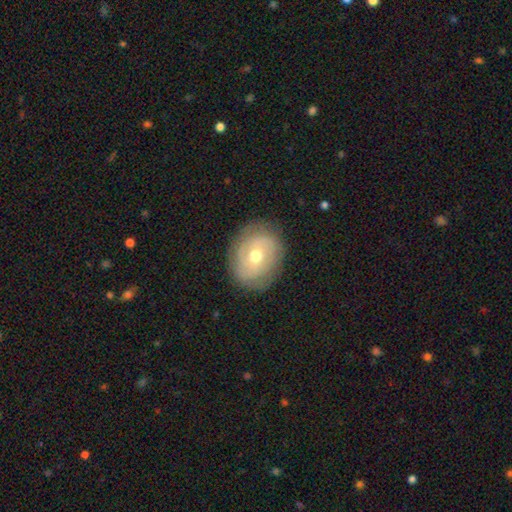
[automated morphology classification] Q: Smooth or featured?
A: featured or disk (57%); runner-up: smooth (35%)
Q: Edge-on disk?
A: no (95%); runner-up: yes (5%)
Q: Bar?
A: no (67%); runner-up: weak (25%)
Q: Spiral arms?
A: yes (67%); runner-up: no (33%)
Q: Bulge size?
A: moderate (66%); runner-up: small (29%)
Q: Merging?
A: none (80%); runner-up: minor disturbance (15%)